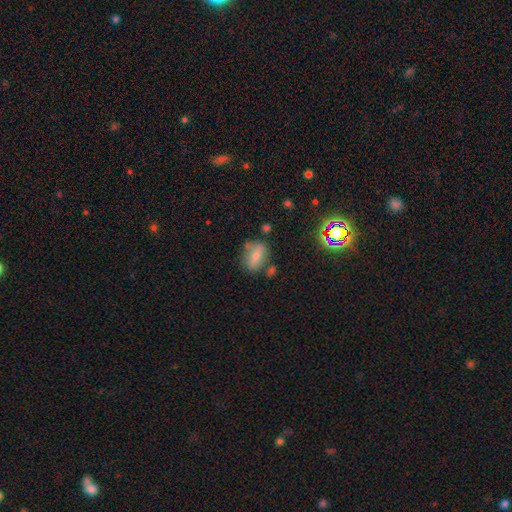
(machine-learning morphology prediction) Q: Smooth or featured?
A: smooth (62%); runner-up: featured or disk (27%)
Q: How rounded?
A: in between (71%); runner-up: round (23%)
Q: Merging?
A: none (62%); runner-up: minor disturbance (21%)